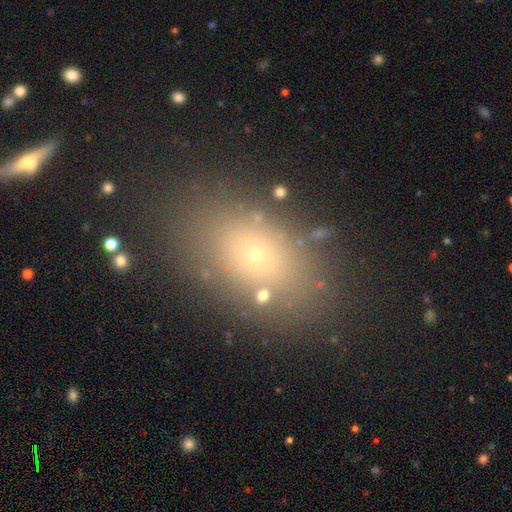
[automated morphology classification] Smooth or featured? smooth (66%)
How rounded? in between (82%)
Merging? none (81%)